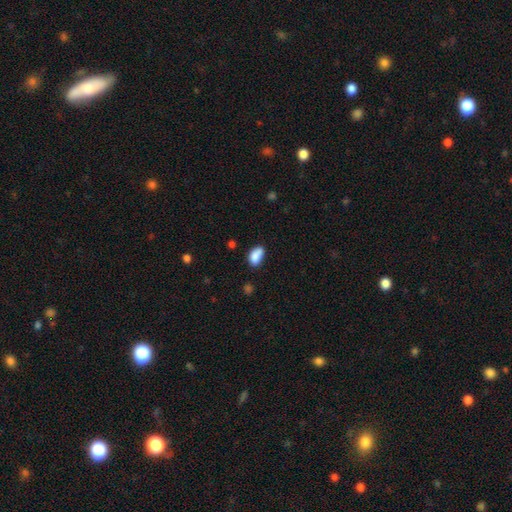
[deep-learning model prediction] Q: Smooth or featured?
A: smooth (85%); runner-up: star or artifact (8%)
Q: How rounded?
A: in between (91%); runner-up: round (7%)
Q: Merging?
A: none (59%); runner-up: minor disturbance (27%)